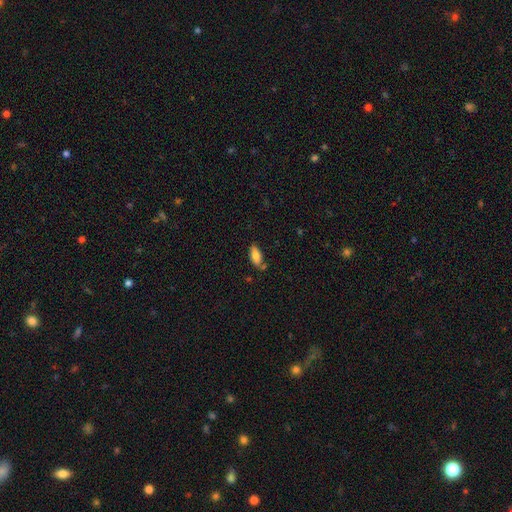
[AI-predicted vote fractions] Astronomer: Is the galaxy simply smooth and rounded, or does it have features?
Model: smooth — 78%.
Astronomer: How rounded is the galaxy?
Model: in between — 85%.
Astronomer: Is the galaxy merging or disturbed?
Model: none — 70%.